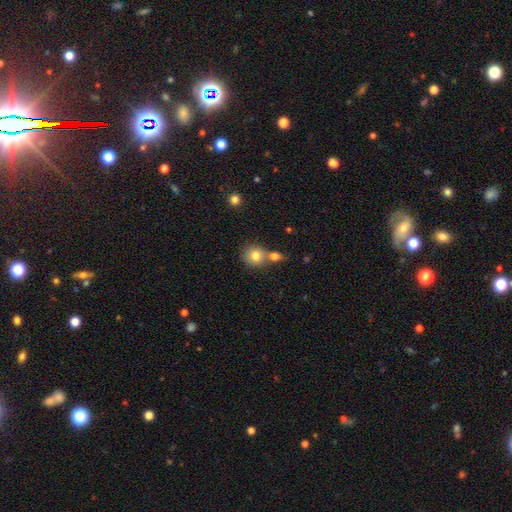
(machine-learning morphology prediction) A smooth galaxy with no disk features (79%) that is round (84%).

Vote fractions:
- Smooth or featured? smooth: 79% / featured or disk: 11% / star or artifact: 10%
- How rounded? round: 84% / in between: 15% / cigar-shaped: 1%
- Merging? none: 48% / merger: 41% / minor disturbance: 8% / major disturbance: 3%